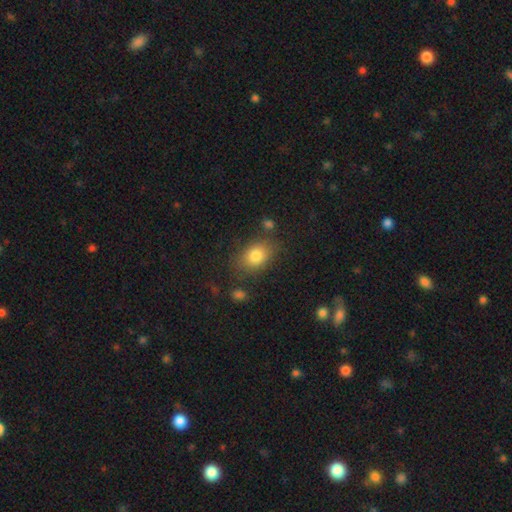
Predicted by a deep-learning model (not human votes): A smooth galaxy with no disk features (82%) that is in between round and cigar-shaped (75%).

Vote fractions:
- Smooth or featured? smooth: 82% / star or artifact: 9% / featured or disk: 9%
- How rounded? in between: 75% / round: 23% / cigar-shaped: 1%
- Merging? none: 74% / minor disturbance: 16% / major disturbance: 5% / merger: 4%